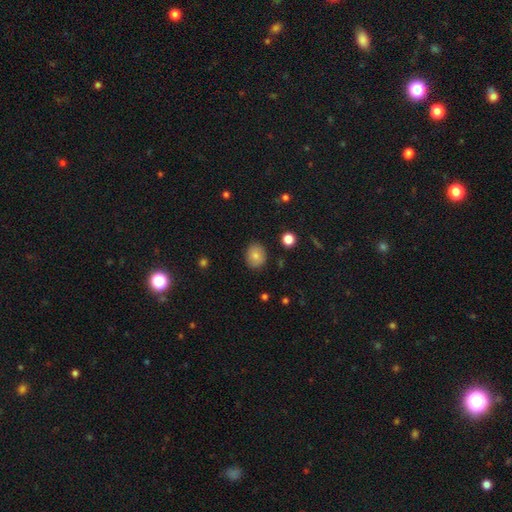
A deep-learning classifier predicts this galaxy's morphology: Smooth or featured: smooth — 81% (featured or disk — 10%)
How rounded: round — 62% (in between — 37%)
Merging: none — 86% (minor disturbance — 10%)